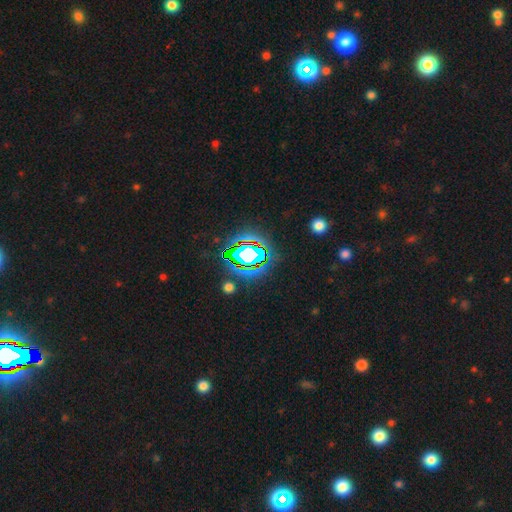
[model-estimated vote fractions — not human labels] Smooth or featured: star or artifact — 81% (smooth — 11%)